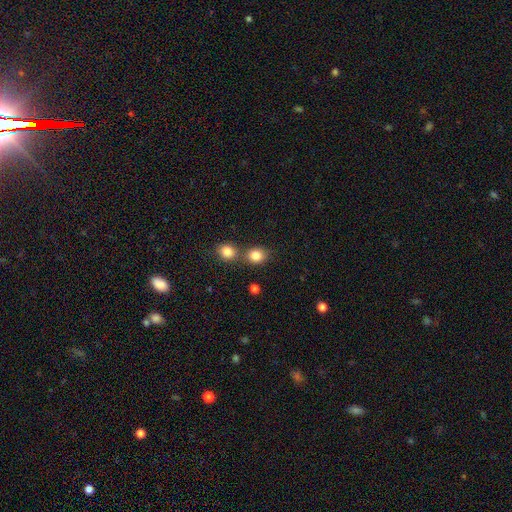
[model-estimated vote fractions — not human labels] Overall: smooth (83%). How rounded: round (68%; in between 31%). Merging: none (57%; merger 31%).